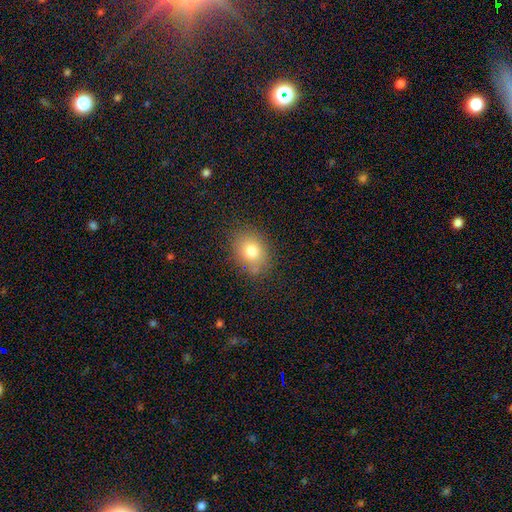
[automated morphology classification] smooth-or-featured: smooth: 57% | star or artifact: 31% | featured or disk: 12%
  how-rounded: round: 51% | in between: 47% | cigar-shaped: 2%
  merging: none: 88% | minor disturbance: 8% | major disturbance: 3% | merger: 1%